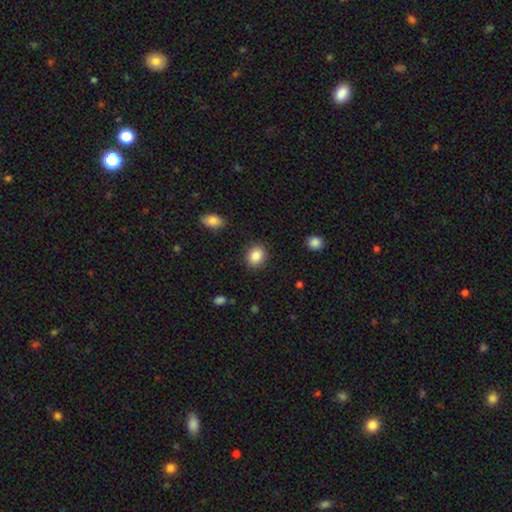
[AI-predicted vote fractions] Smooth or featured: smooth — 87% (star or artifact — 8%)
How rounded: round — 54% (in between — 46%)
Merging: none — 88% (minor disturbance — 8%)